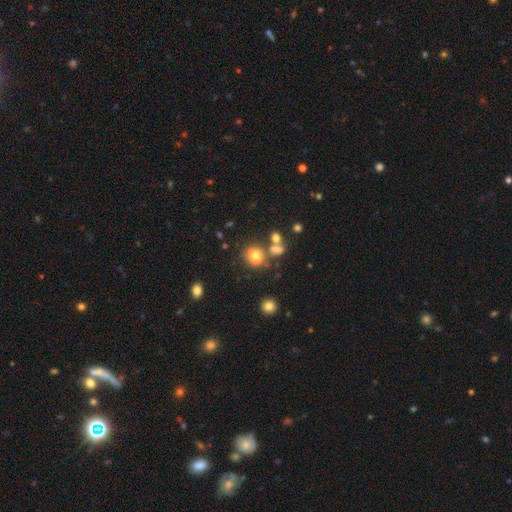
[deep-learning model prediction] smooth_or_featured: smooth (p=0.73) [alt: star or artifact p=0.14]
how_rounded: round (p=0.76) [alt: in between p=0.23]
merging: none (p=0.61) [alt: merger p=0.19]